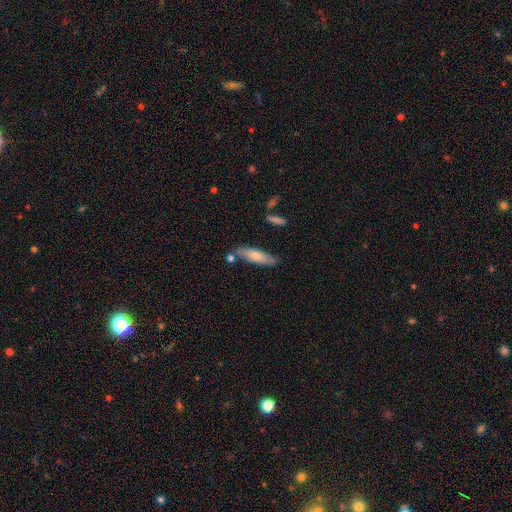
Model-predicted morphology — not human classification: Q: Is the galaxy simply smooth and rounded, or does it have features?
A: smooth — 69%.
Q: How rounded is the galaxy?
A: cigar-shaped — 65%.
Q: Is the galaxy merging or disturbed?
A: none — 76%.